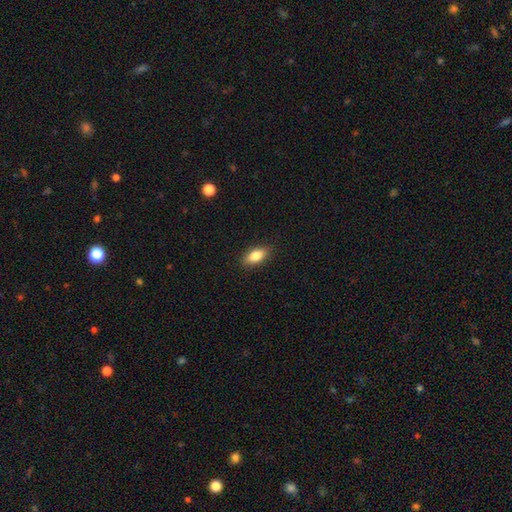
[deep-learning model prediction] smooth 83%, featured or disk 10%, star or artifact 7%. Down the decision tree: how rounded — in between (86%); merging — none (88%).